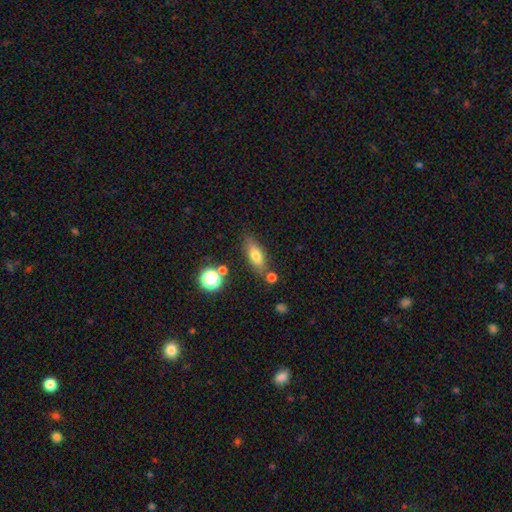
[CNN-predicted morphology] This is likely a smooth galaxy (69%). How rounded: likely in between (66%). Merging: likely none (73%).